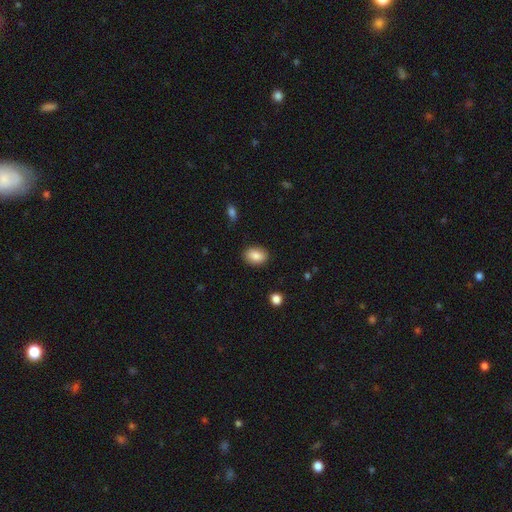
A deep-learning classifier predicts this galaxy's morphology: Overall: smooth (86%). How rounded: in between (79%). Merging: none (87%).